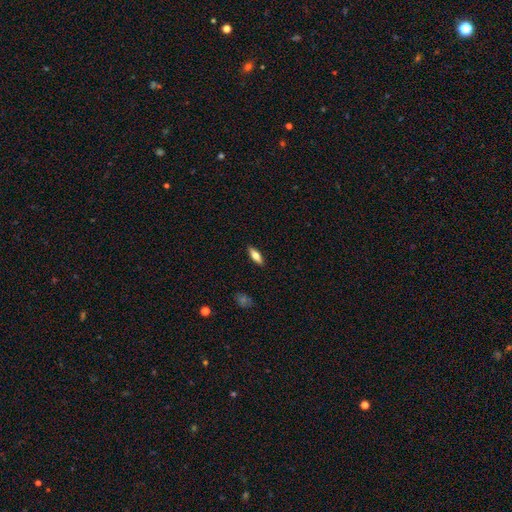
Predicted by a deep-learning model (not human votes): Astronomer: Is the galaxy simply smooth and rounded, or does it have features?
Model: smooth — 67%.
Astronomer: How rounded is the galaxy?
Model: in between — 66%.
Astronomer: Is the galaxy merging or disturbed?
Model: none — 89%.